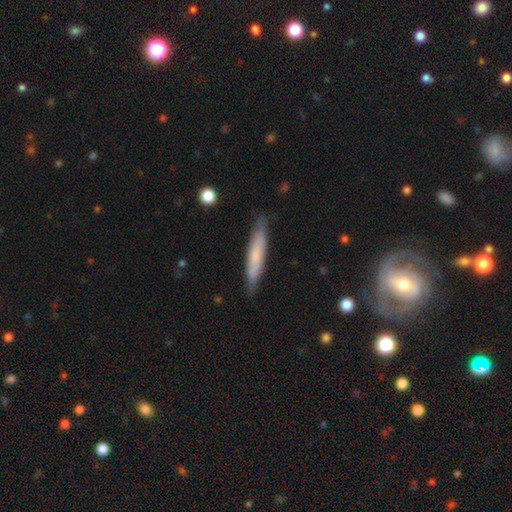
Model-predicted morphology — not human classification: Smooth or featured: smooth — 67% (featured or disk — 28%)
How rounded: cigar-shaped — 90% (in between — 9%)
Merging: none — 84% (minor disturbance — 13%)